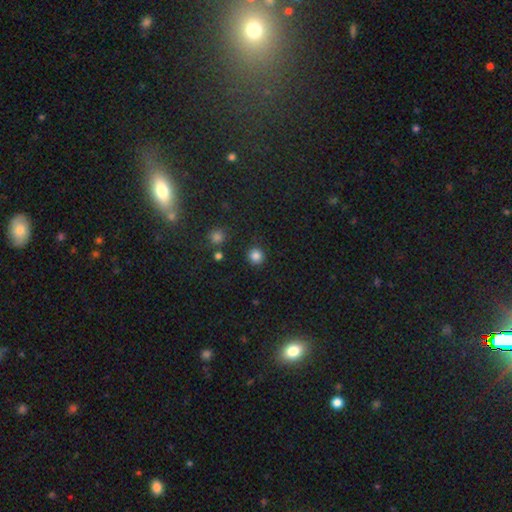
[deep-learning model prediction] smooth-or-featured: smooth: 84% | star or artifact: 12% | featured or disk: 4%
  how-rounded: round: 93% | in between: 6% | cigar-shaped: 1%
  merging: none: 89% | minor disturbance: 6% | major disturbance: 2% | merger: 2%